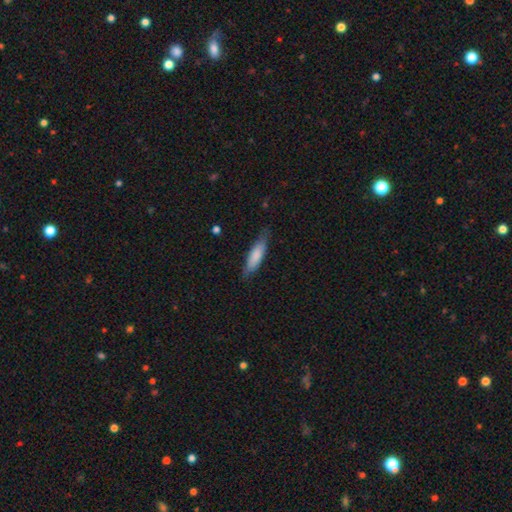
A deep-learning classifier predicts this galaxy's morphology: smooth_or_featured: smooth (p=0.80) [alt: featured or disk p=0.15]
how_rounded: cigar-shaped (p=0.63) [alt: in between p=0.36]
merging: none (p=0.78) [alt: minor disturbance p=0.18]